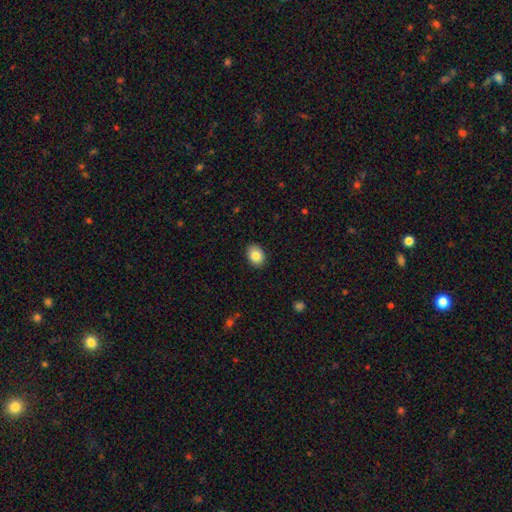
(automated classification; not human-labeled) This appears to be a smooth galaxy with no disk features (85%) that is in between round and cigar-shaped (68%). Merging: none (90%).